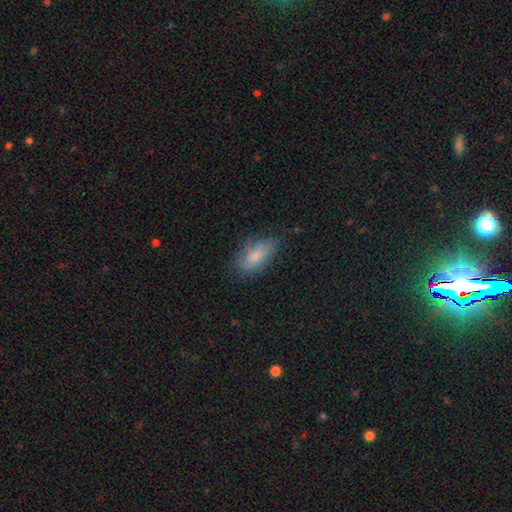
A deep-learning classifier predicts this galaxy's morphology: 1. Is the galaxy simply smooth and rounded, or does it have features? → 76% smooth, 17% featured or disk, 7% star or artifact.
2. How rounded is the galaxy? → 88% in between, 9% cigar-shaped, 3% round.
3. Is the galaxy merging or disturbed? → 66% none, 26% minor disturbance, 7% major disturbance, 2% merger.